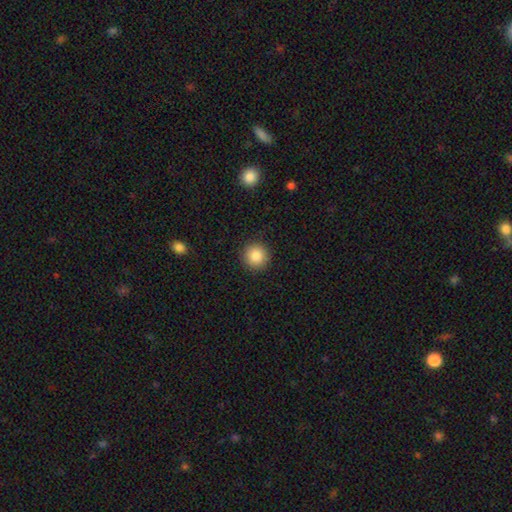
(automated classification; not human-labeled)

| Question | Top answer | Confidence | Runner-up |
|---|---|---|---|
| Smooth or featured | smooth | 86% | star or artifact (9%) |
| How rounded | round | 95% | in between (4%) |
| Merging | none | 91% | minor disturbance (6%) |